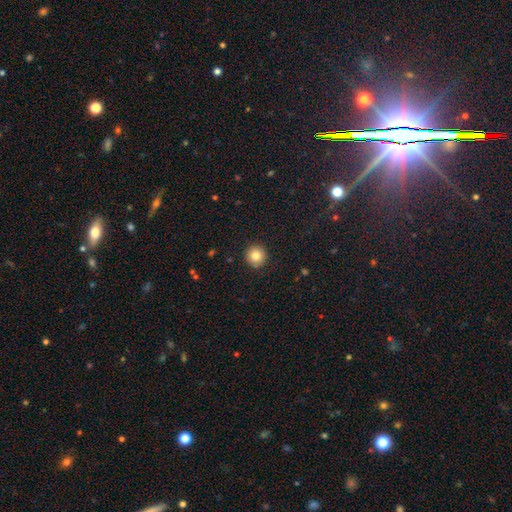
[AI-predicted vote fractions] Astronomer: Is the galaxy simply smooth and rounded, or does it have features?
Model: smooth — 82%.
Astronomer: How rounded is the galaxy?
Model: round — 95%.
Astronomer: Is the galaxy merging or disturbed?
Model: none — 92%.